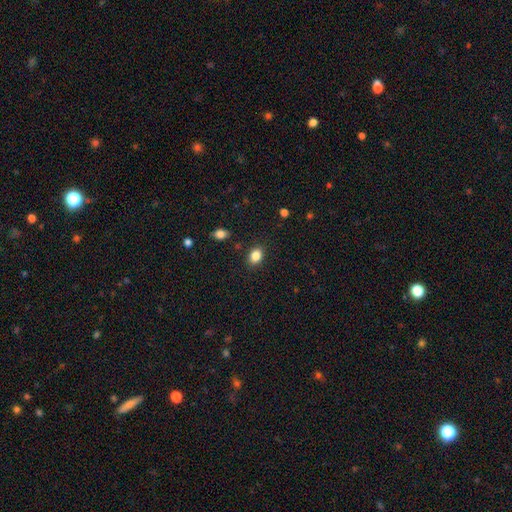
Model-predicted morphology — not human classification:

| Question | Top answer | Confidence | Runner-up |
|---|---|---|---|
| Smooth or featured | smooth | 85% | star or artifact (10%) |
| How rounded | in between | 69% | round (29%) |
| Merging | none | 85% | minor disturbance (10%) |